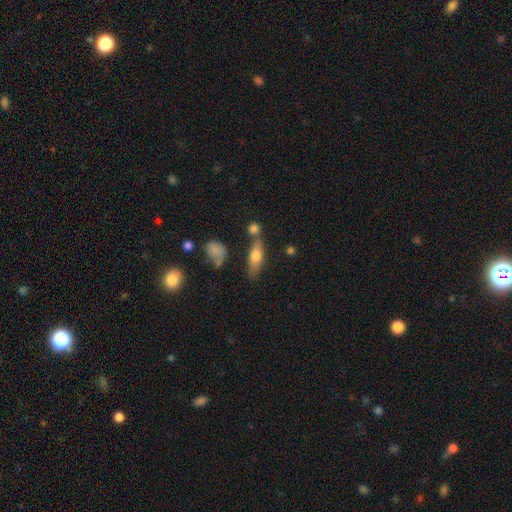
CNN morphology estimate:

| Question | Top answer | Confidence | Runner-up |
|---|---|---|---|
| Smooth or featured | smooth | 68% | featured or disk (25%) |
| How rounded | in between | 63% | cigar-shaped (33%) |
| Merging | none | 61% | merger (17%) |